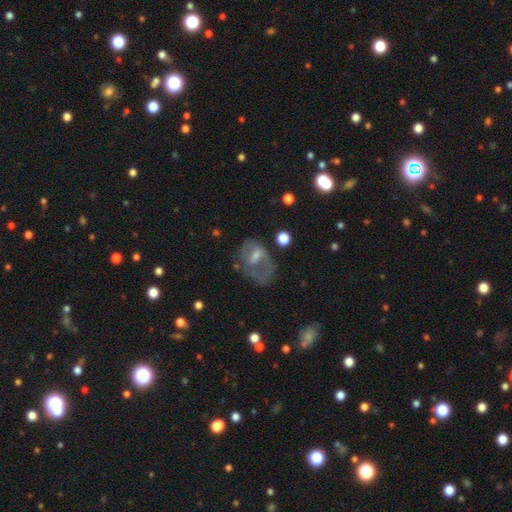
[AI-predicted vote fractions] Smooth or featured: featured or disk — 54% (smooth — 32%)
Edge-on disk: no — 94% (yes — 6%)
Bar: no — 45% (weak — 41%)
Spiral arms: no — 54% (yes — 46%)
Bulge size: moderate — 39% (tied with small — 39%)
Merging: none — 42% (major disturbance — 33%)